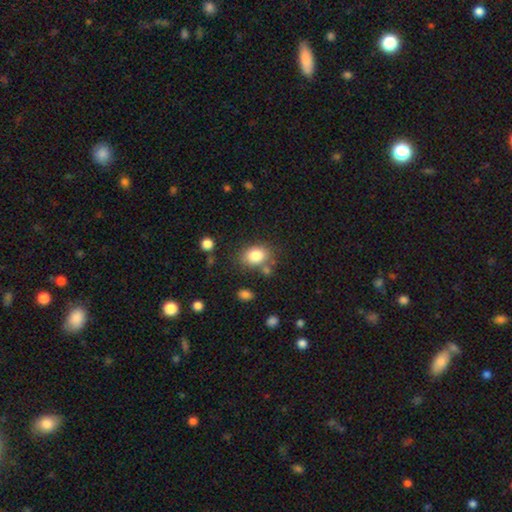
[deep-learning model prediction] Smooth or featured? Predicted: smooth (p=0.83). How rounded? Predicted: in between (p=0.66). Merging? Predicted: none (p=0.70).